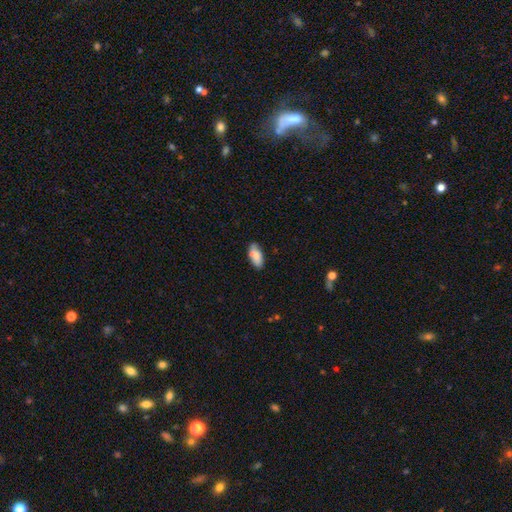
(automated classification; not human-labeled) A smooth galaxy with no disk features (81%) that is in between round and cigar-shaped (87%).

Vote fractions:
- Smooth or featured? smooth: 81% / featured or disk: 12% / star or artifact: 7%
- How rounded? in between: 87% / cigar-shaped: 11% / round: 2%
- Merging? none: 75% / minor disturbance: 19% / merger: 3% / major disturbance: 3%